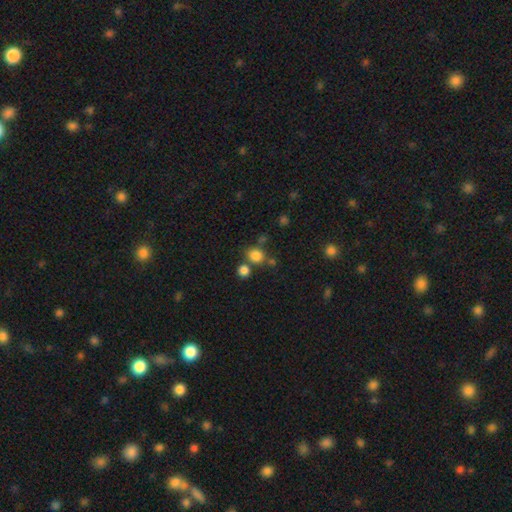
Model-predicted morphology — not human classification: This appears to be a smooth galaxy with no disk features (81%) that is round (79%). Merging: none (65%).